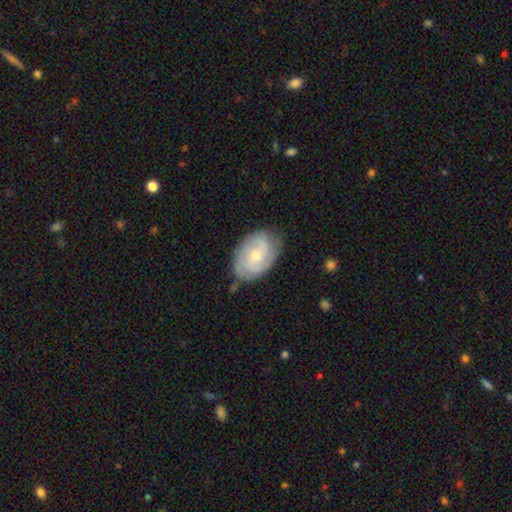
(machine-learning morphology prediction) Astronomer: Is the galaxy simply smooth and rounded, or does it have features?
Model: featured or disk — 79%.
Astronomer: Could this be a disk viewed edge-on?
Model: no — 97%.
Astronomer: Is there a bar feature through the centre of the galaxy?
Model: no — 66%.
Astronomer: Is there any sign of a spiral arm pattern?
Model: yes — 96%.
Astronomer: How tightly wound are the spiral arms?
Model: tight — 54% (runner-up: medium, 37%).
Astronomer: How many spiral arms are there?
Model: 2 — 42% (runner-up: 3, 29%).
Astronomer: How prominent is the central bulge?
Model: small — 58% (runner-up: moderate, 38%).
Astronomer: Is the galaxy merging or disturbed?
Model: none — 77%.